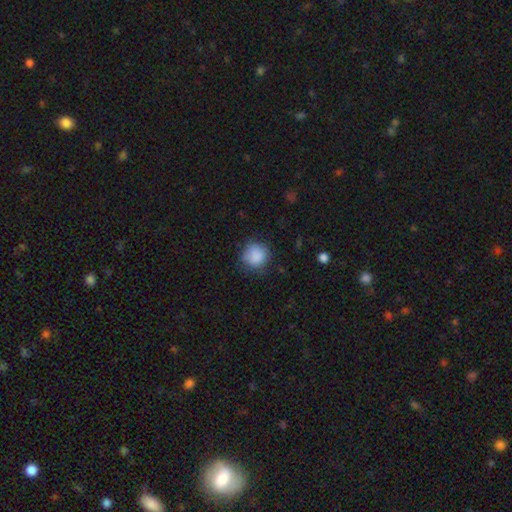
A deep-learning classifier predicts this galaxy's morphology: Overall: smooth (86%). How rounded: round (88%). Merging: none (73%).